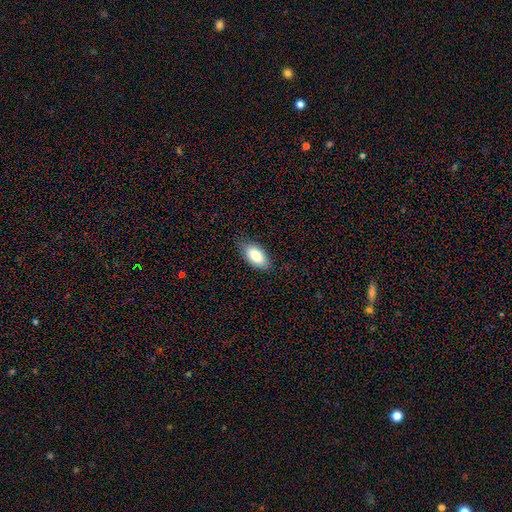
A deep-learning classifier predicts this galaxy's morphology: Q: Smooth or featured?
A: smooth (81%); runner-up: featured or disk (12%)
Q: How rounded?
A: in between (93%); runner-up: cigar-shaped (3%)
Q: Merging?
A: none (83%); runner-up: minor disturbance (14%)